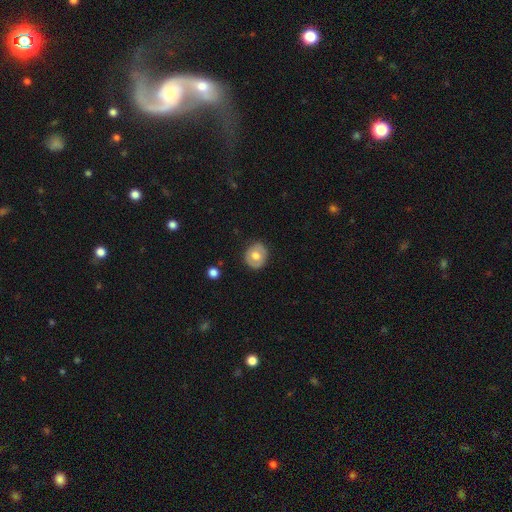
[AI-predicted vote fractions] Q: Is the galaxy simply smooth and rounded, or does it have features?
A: smooth — 64%.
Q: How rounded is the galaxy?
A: round — 75%.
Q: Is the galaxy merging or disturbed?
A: none — 84%.